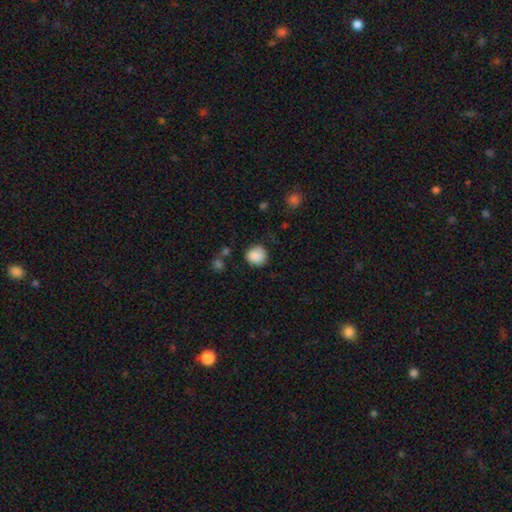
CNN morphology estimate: Smooth or featured? smooth (88%)
How rounded? round (89%)
Merging? none (82%)